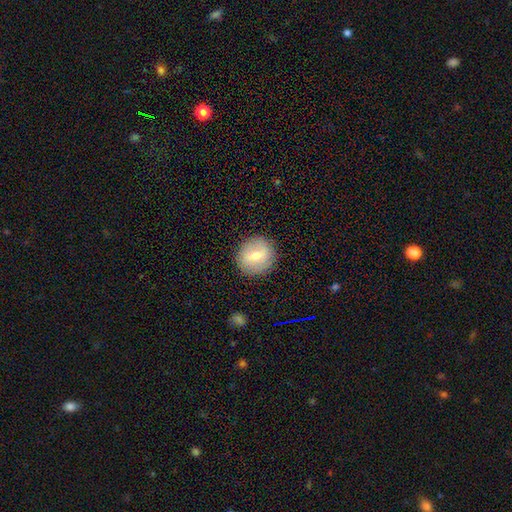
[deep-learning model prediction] Smooth or featured?
  - smooth: 57% *
  - featured or disk: 34%
  - star or artifact: 8%
How rounded?
  - round: 89% *
  - in between: 10%
  - cigar-shaped: 1%
Merging?
  - none: 87% *
  - minor disturbance: 9%
  - major disturbance: 3%
  - merger: 1%